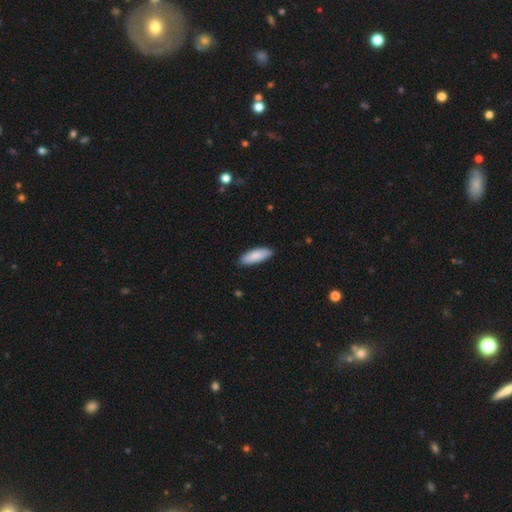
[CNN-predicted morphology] Smooth or featured: smooth — 88% (featured or disk — 7%)
How rounded: in between — 65% (cigar-shaped — 34%)
Merging: none — 88% (minor disturbance — 10%)